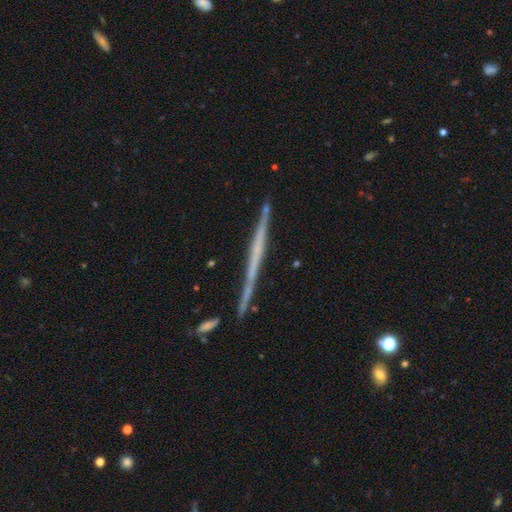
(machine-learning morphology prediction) type=featured or disk (66%); edge-on=yes (98%); edge-on bulge=none (88%); merging=none (84%).